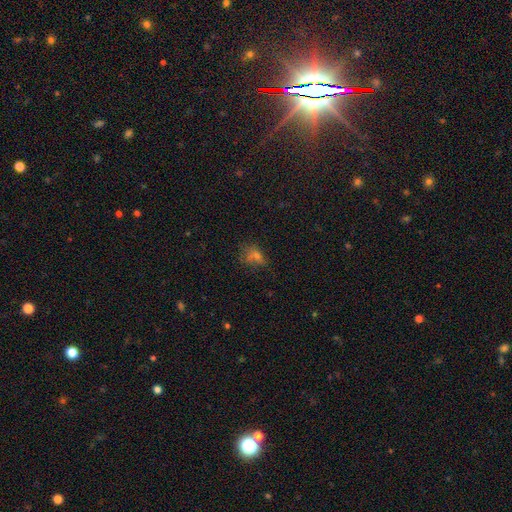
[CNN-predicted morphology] This appears to be a smooth galaxy with no disk features (47%). Merging: none (46%).